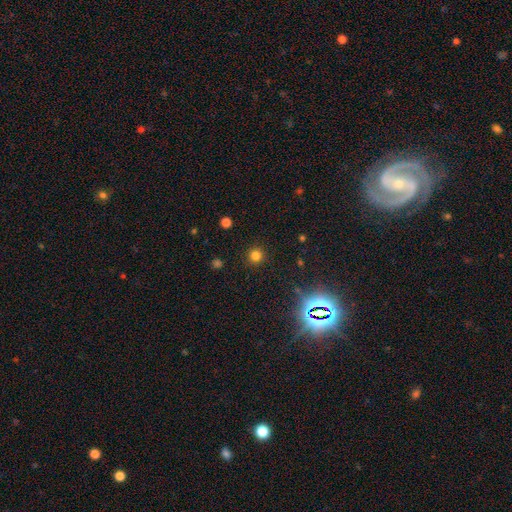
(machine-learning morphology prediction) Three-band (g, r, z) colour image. It shows a smooth galaxy with no disk features (78%) that is round (95%). Merging: none (91%).